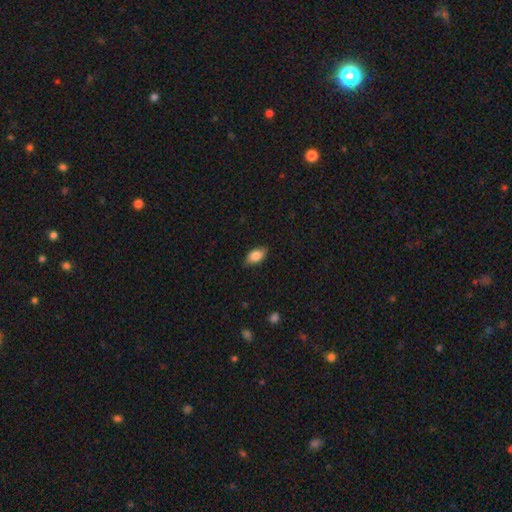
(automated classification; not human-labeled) A smooth galaxy with no disk features (83%) that is in between round and cigar-shaped (89%).

Vote fractions:
- Smooth or featured? smooth: 83% / featured or disk: 10% / star or artifact: 7%
- How rounded? in between: 89% / round: 6% / cigar-shaped: 5%
- Merging? none: 83% / minor disturbance: 14% / major disturbance: 2% / merger: 1%